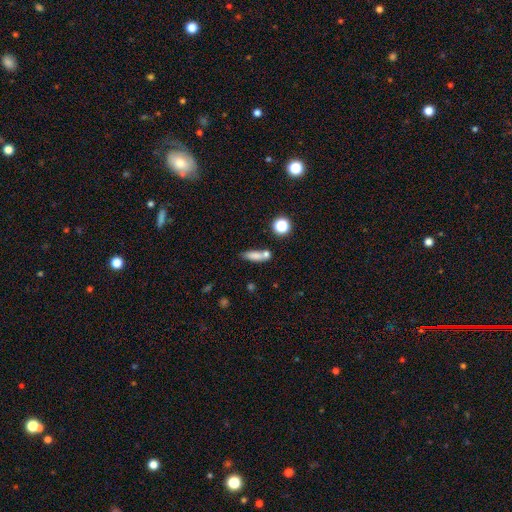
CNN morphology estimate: smooth 74%, featured or disk 14%, star or artifact 12%. Down the decision tree: how rounded — in between (48%); merging — none (53%).